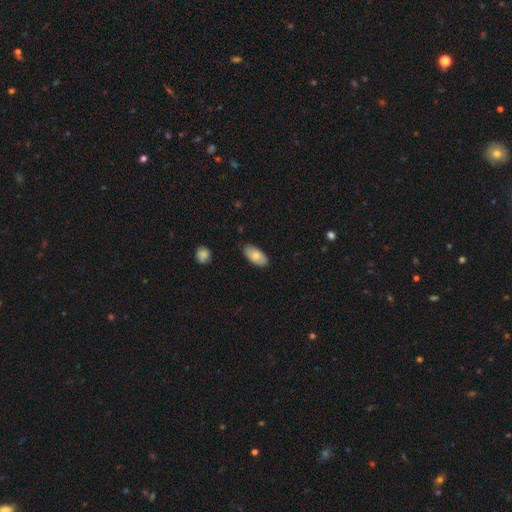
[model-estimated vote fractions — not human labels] smooth 80%, featured or disk 14%, star or artifact 6%. Down the decision tree: how rounded — in between (94%); merging — none (84%).